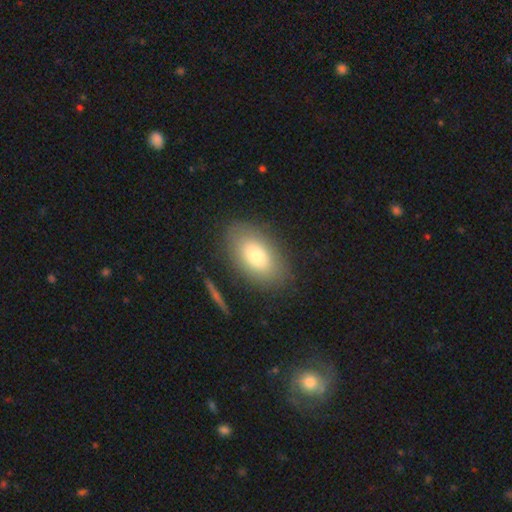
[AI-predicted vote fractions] smooth_or_featured: smooth (p=0.74) [alt: featured or disk p=0.17]
how_rounded: in between (p=0.91) [alt: round p=0.07]
merging: none (p=0.84) [alt: minor disturbance p=0.10]